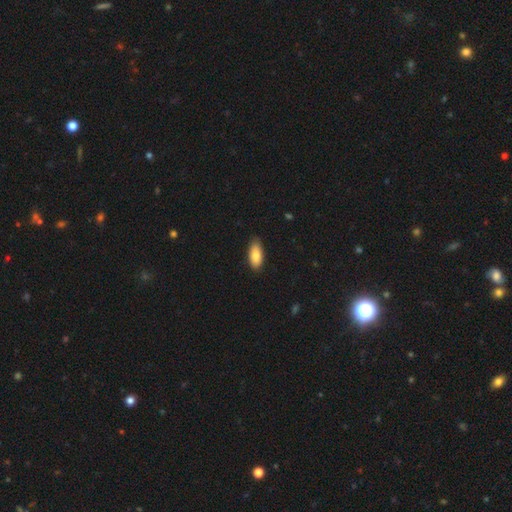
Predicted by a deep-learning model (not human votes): smooth_or_featured: smooth (p=0.84) [alt: featured or disk p=0.10]
how_rounded: in between (p=0.86) [alt: cigar-shaped p=0.12]
merging: none (p=0.82) [alt: minor disturbance p=0.15]